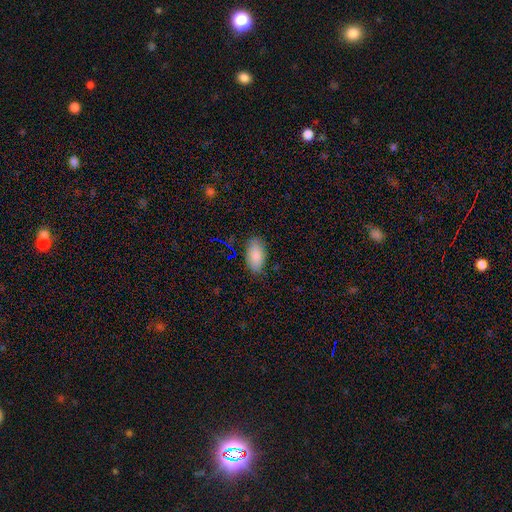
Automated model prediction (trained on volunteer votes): Smooth or featured: smooth — 86% (star or artifact — 7%)
How rounded: in between — 94% (cigar-shaped — 3%)
Merging: none — 85% (minor disturbance — 12%)